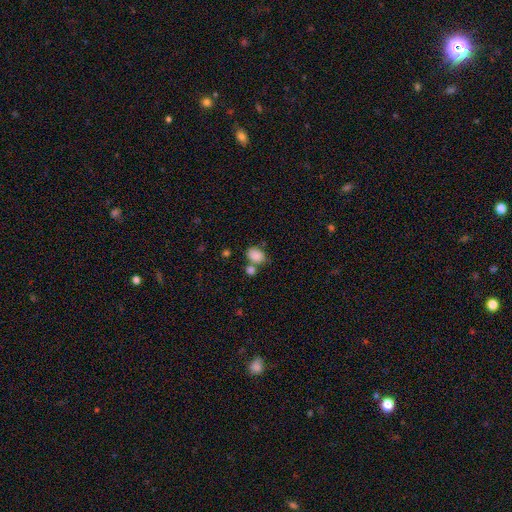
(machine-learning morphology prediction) smooth 85%, star or artifact 9%, featured or disk 6%. Down the decision tree: how rounded — in between (72%); merging — none (49%).